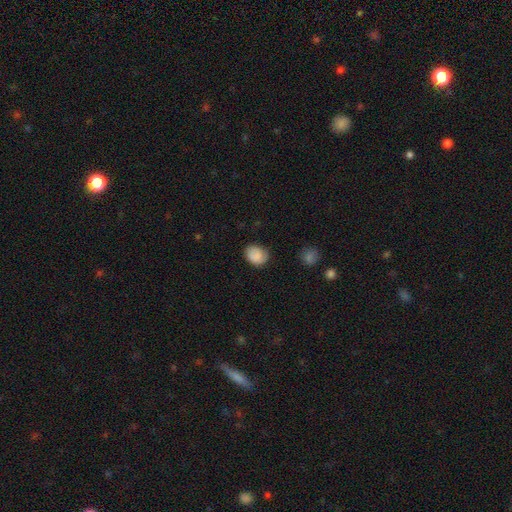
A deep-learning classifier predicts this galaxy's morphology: smooth_or_featured: smooth (p=0.83) [alt: featured or disk p=0.08]
how_rounded: in between (p=0.50) [alt: round p=0.49]
merging: none (p=0.71) [alt: minor disturbance p=0.22]